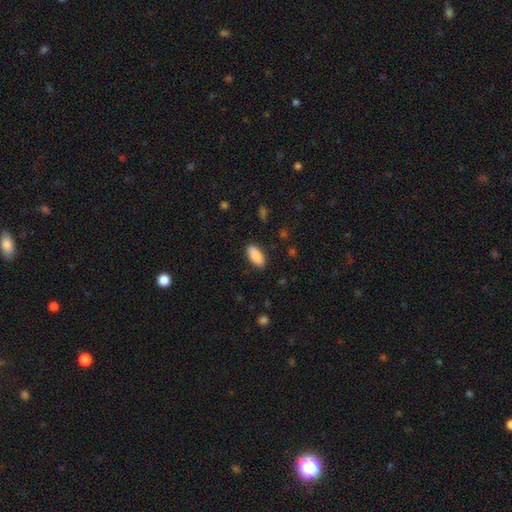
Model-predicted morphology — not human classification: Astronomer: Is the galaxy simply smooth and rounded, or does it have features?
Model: smooth — 89%.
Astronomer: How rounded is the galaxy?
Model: in between — 91%.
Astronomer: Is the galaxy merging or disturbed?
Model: none — 88%.